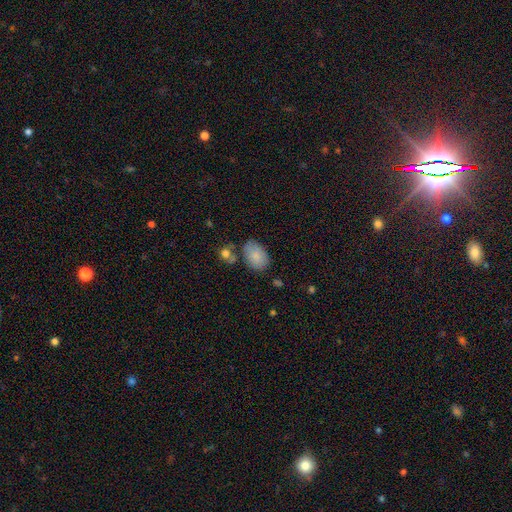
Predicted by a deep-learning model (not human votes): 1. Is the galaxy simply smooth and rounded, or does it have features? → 83% smooth, 10% featured or disk, 7% star or artifact.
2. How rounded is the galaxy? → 88% in between, 11% round, 1% cigar-shaped.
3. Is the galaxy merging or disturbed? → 65% none, 21% minor disturbance, 8% merger, 6% major disturbance.